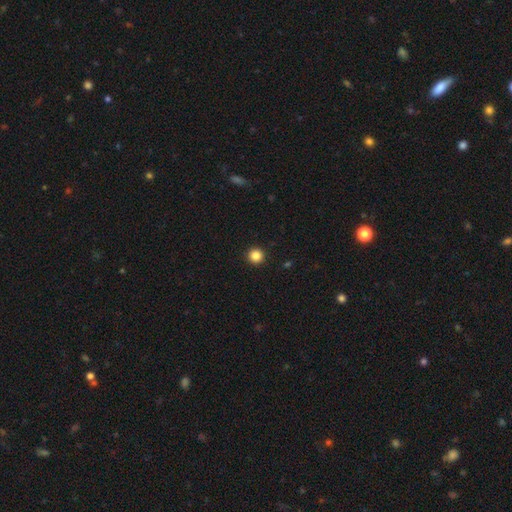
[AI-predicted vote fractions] Morphology: type=smooth (85%); roundness=round (96%); merging=none (93%).